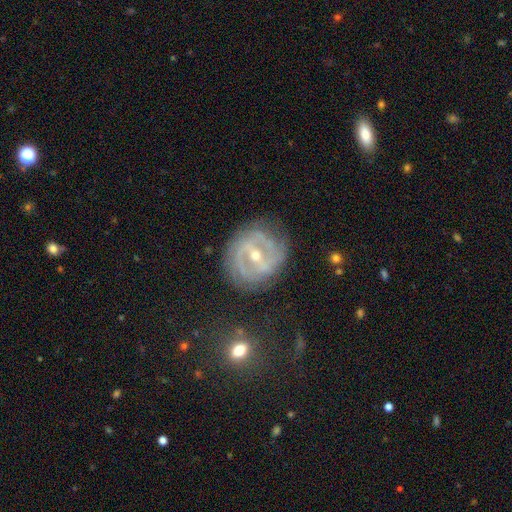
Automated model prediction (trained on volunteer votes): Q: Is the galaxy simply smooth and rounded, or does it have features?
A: featured or disk — 86%.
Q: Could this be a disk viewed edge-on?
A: no — 96%.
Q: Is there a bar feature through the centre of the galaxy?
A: strong — 49%.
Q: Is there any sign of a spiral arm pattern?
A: yes — 88%.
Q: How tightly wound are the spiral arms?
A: tight — 52%.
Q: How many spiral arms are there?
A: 2 — 52%.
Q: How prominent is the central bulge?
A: moderate — 50%.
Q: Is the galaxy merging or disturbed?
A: none — 73%.